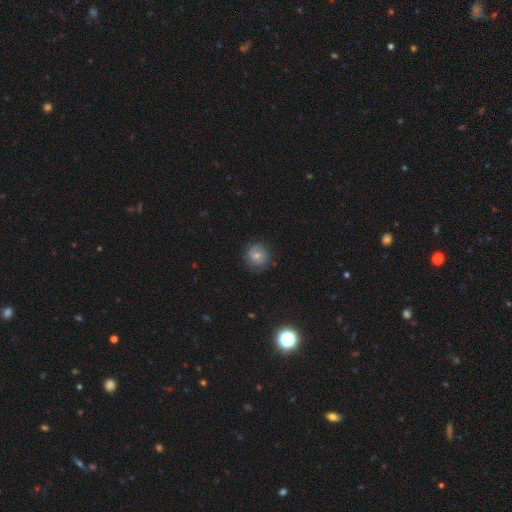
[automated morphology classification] This is marginally a smooth galaxy (43%). Merging: clearly none (84%).